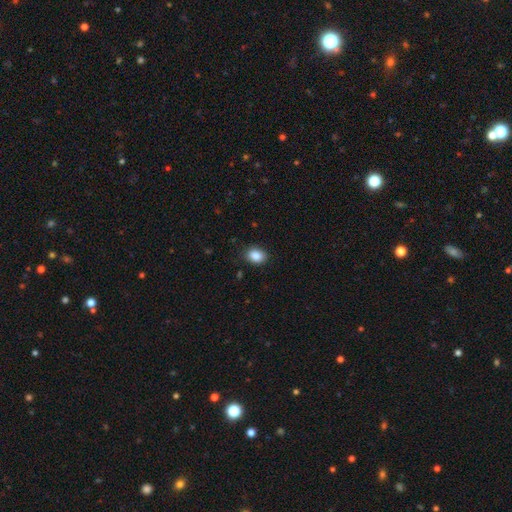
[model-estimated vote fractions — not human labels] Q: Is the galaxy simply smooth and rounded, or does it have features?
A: smooth — 87%.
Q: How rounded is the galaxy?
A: in between — 63%.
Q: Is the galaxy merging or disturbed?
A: none — 87%.